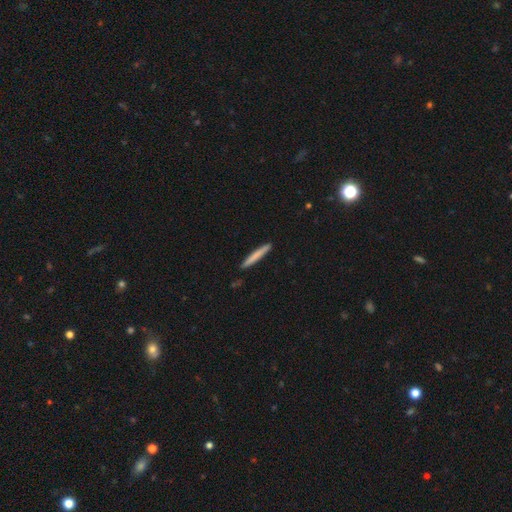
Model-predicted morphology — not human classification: smooth_or_featured: smooth (p=0.74) [alt: featured or disk p=0.20]
how_rounded: cigar-shaped (p=0.96) [alt: in between p=0.02]
merging: none (p=0.91) [alt: minor disturbance p=0.06]